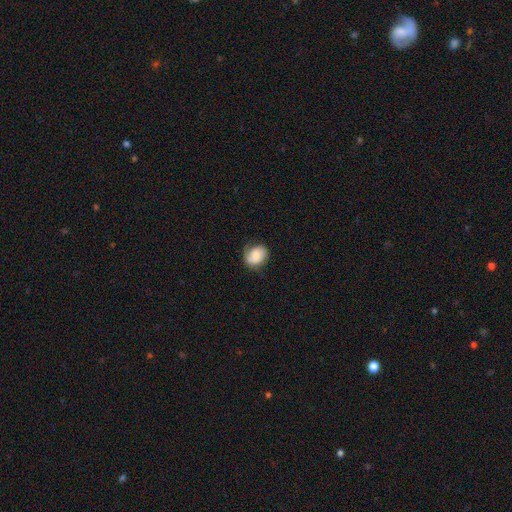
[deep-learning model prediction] smooth 69%, featured or disk 23%, star or artifact 8%. Down the decision tree: how rounded — round (53%); merging — none (65%).